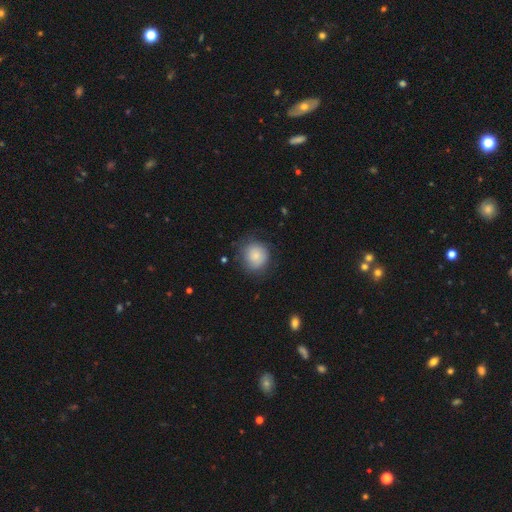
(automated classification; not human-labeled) Smooth or featured? smooth (80%)
How rounded? round (87%)
Merging? none (72%)